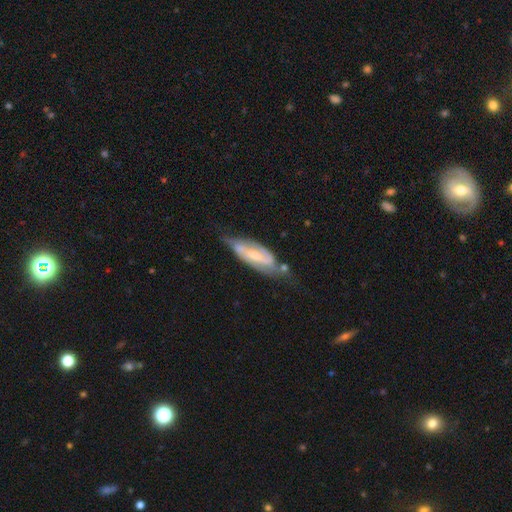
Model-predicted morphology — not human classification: A featured or disk galaxy (80%) with a weak bar (45%), 2 (82%) medium (47%) spiral arms (94%) and a small central bulge (45%).

Vote fractions:
- Smooth or featured? featured or disk: 80% / smooth: 15% / star or artifact: 5%
- Edge-on disk? no: 90% / yes: 10%
- Bar? weak: 45% / strong: 30% / no: 25%
- Spiral arms? yes: 94% / no: 6%
- Spiral winding? medium: 47% / tight: 35% / loose: 18%
- Spiral arm count? 2: 82% / can't tell: 10% / 3: 3% / 1: 3% / 4: 1% / more than 4: 1%
- Bulge size? small: 45% / moderate: 38% / none: 11% / large: 5% / dominant: 1%
- Merging? none: 52% / minor disturbance: 30% / major disturbance: 12% / merger: 6%